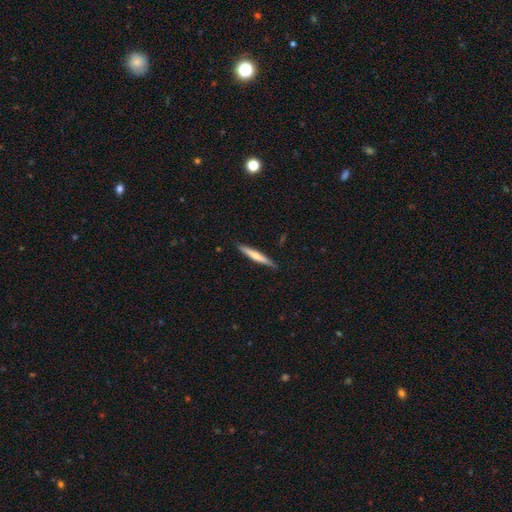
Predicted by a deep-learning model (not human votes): smooth 55%, featured or disk 39%, star or artifact 6%. Down the decision tree: how rounded — cigar-shaped (94%); merging — none (87%).